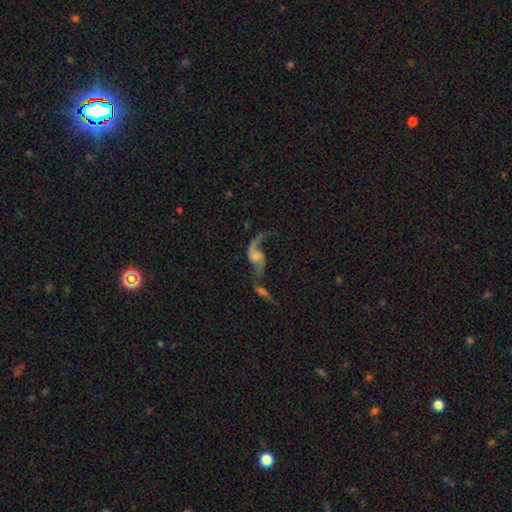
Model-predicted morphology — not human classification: smooth-or-featured: featured or disk: 82% | smooth: 10% | star or artifact: 8%
  disk-edge-on: no: 95% | yes: 5%
    bar: no: 51% | weak: 39% | strong: 10%
    has-spiral-arms: yes: 92% | no: 8%
      spiral-winding: loose: 88% | medium: 10% | tight: 2%
      spiral-arm-count: 2: 79% | 1: 16% | can't tell: 2% | 3: 1% | 4: 1% | more than 4: 1%
    bulge-size: small: 33% | none: 30% | moderate: 27% | large: 8% | dominant: 2%
  merging: merger: 39% | none: 31% | major disturbance: 18% | minor disturbance: 12%